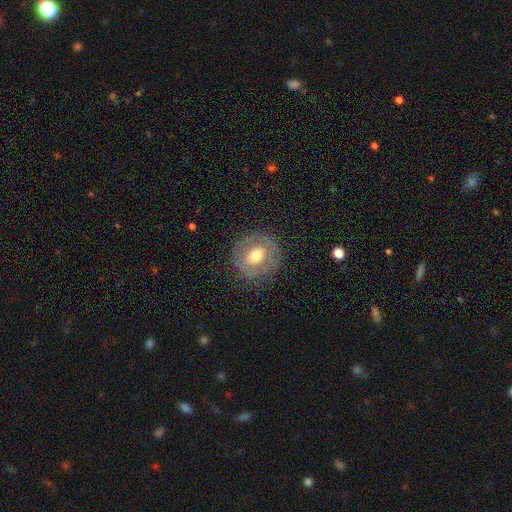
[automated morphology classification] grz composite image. It shows a smooth galaxy with no disk features (50%). Merging: none (78%).